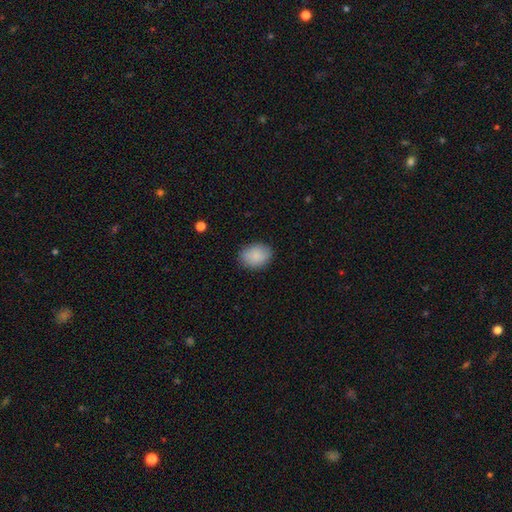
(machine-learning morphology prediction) This appears to be a smooth galaxy with no disk features (87%) that is in between round and cigar-shaped (63%). Merging: none (86%).